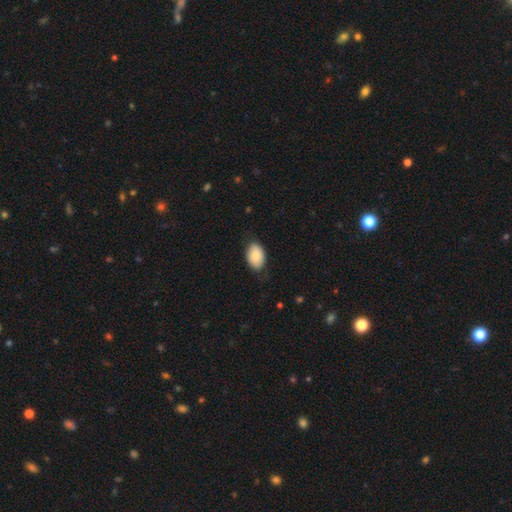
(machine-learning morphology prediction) type=smooth (84%); roundness=in between (89%); merging=none (80%).